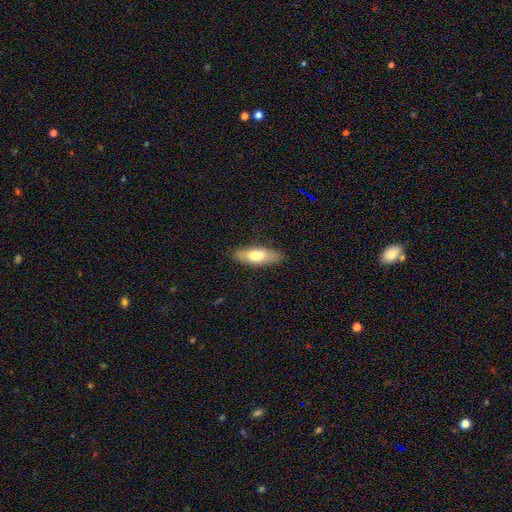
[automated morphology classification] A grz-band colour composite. It shows a smooth galaxy with no disk features (66%) that is in between round and cigar-shaped (57%). Merging: none (85%).